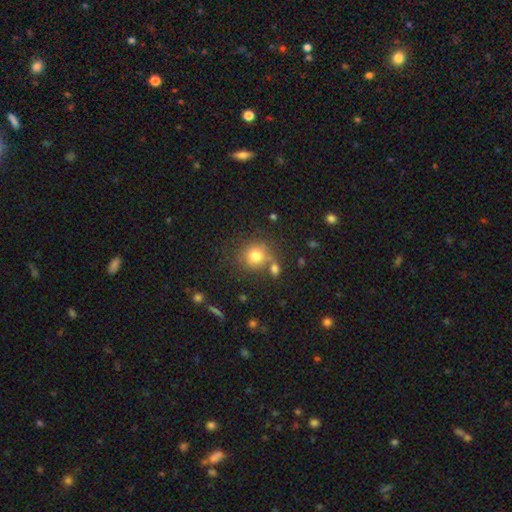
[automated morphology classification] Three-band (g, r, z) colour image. It shows a smooth galaxy with no disk features (78%) that is round (86%). Merging: none (64%).